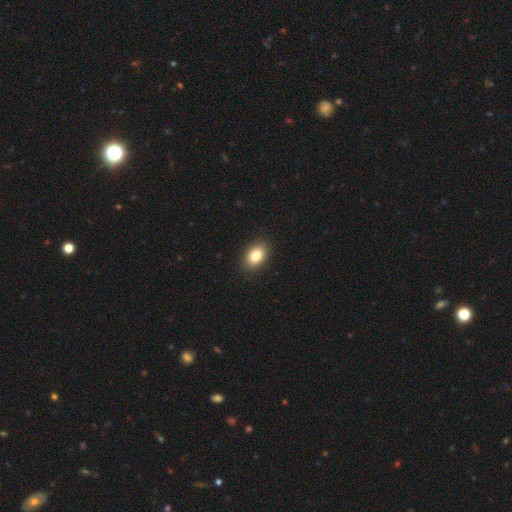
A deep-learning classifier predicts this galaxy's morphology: smooth 85%, star or artifact 8%, featured or disk 7%. Down the decision tree: how rounded — in between (85%); merging — none (88%).